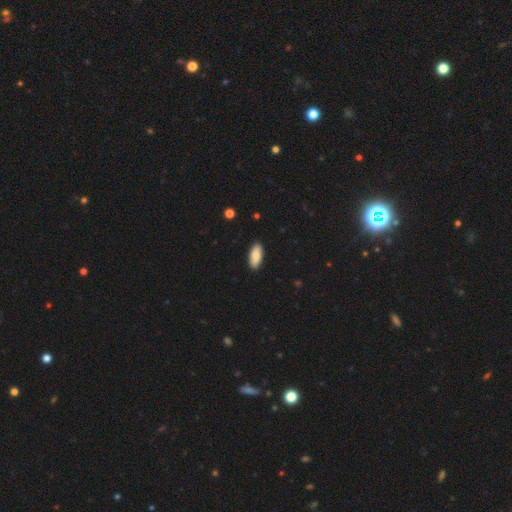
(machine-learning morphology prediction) Smooth or featured: smooth — 82% (featured or disk — 13%)
How rounded: in between — 85% (cigar-shaped — 13%)
Merging: none — 90% (minor disturbance — 8%)